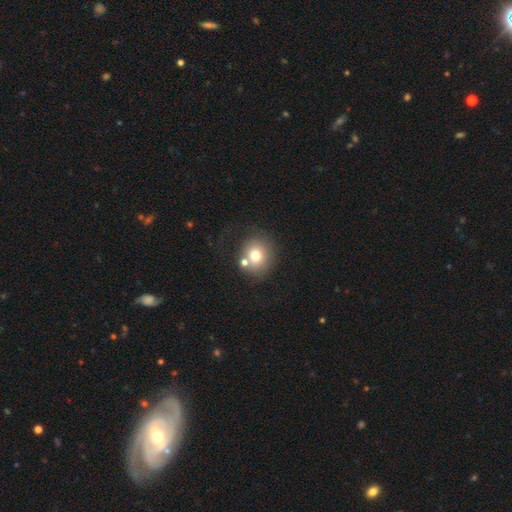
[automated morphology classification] A smooth galaxy with no disk features (72%) that is round (81%). Merging: none (58%).